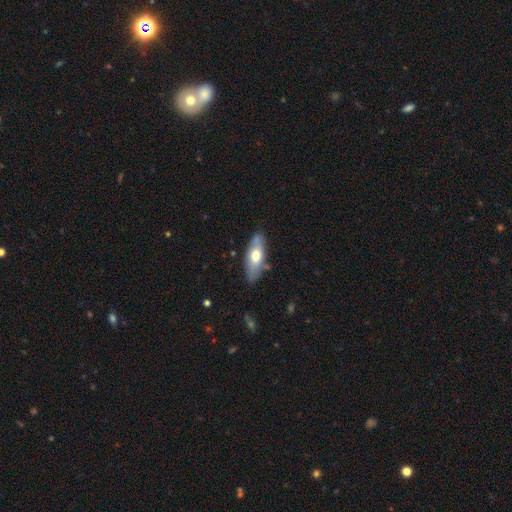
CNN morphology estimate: The model was most divided on "smooth or featured": smooth: 59%, featured or disk: 35%, star or artifact: 6%. More confident: merging — none (77%); how rounded — in between (70%).